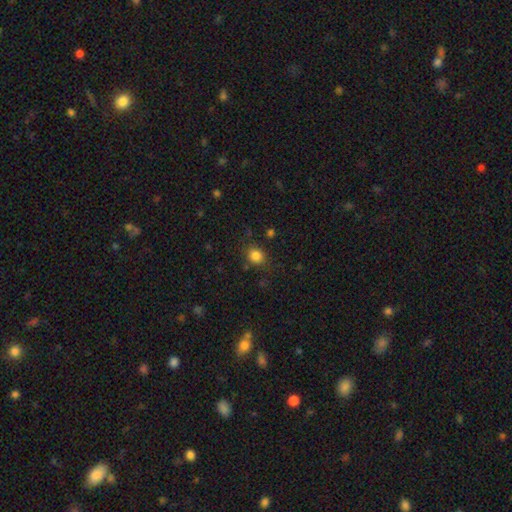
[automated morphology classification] smooth_or_featured: smooth (p=0.84) [alt: star or artifact p=0.12]
how_rounded: round (p=0.76) [alt: in between p=0.23]
merging: none (p=0.83) [alt: minor disturbance p=0.11]